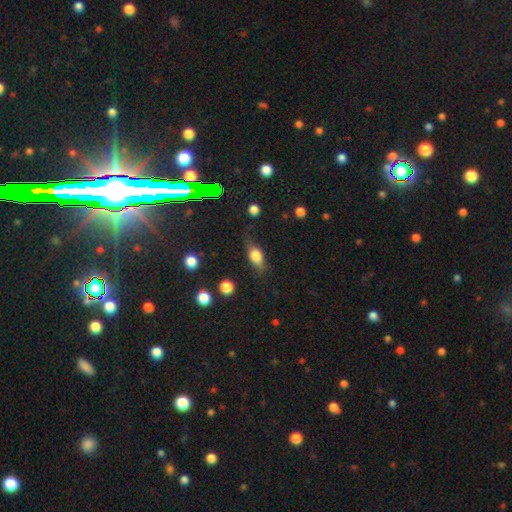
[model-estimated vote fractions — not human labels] This is likely a smooth galaxy (70%). How rounded: likely in between (74%). Merging: likely none (70%).